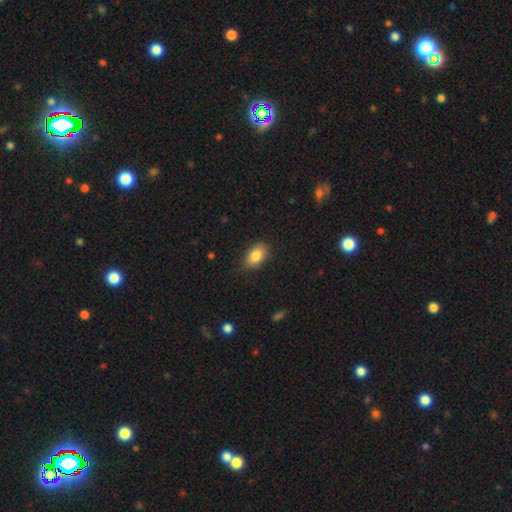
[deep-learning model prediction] A smooth galaxy with no disk features (84%) that is in between round and cigar-shaped (88%). Merging: none (79%).